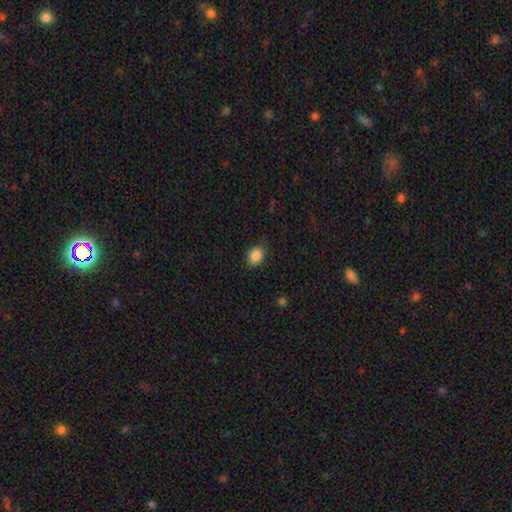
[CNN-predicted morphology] The model was most divided on "how rounded": in between: 56%, round: 43%, cigar-shaped: 1%. More confident: smooth or featured — smooth (87%); merging — none (85%).